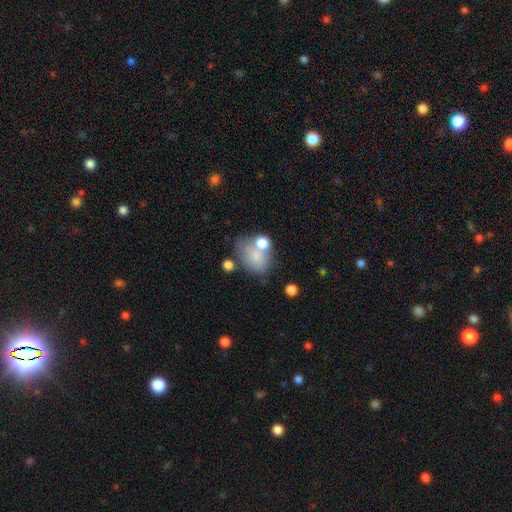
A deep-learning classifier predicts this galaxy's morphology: The model was most divided on "merging": none: 35%, merger: 32%, minor disturbance: 19%, major disturbance: 14%. More confident: smooth or featured — smooth (71%); how rounded — in between (67%).